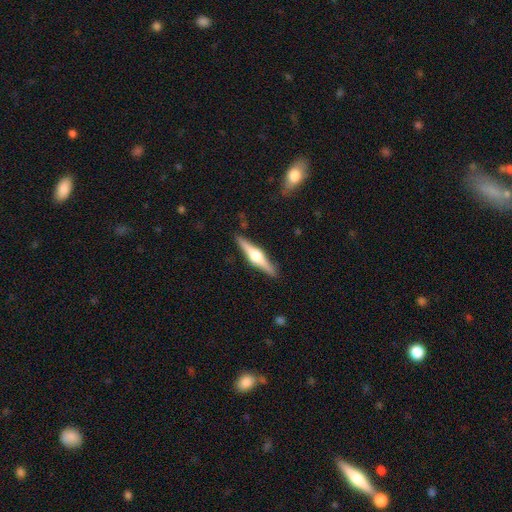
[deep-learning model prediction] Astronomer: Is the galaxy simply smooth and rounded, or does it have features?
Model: featured or disk — 73%.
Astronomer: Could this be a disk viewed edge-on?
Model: yes — 98%.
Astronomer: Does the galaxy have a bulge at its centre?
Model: rounded — 93%.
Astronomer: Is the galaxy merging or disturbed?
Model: none — 90%.